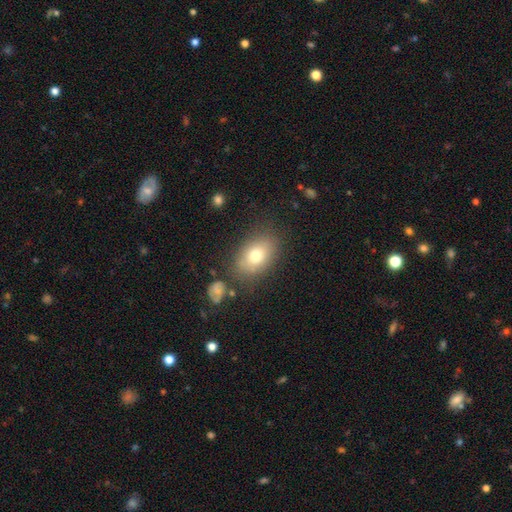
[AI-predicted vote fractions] smooth 74%, featured or disk 16%, star or artifact 10%. Down the decision tree: how rounded — in between (80%); merging — none (77%).